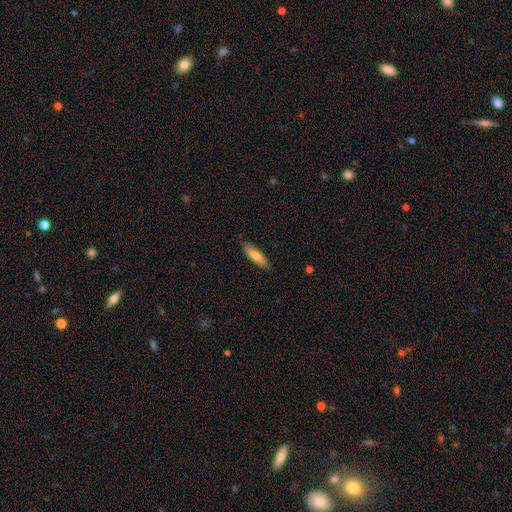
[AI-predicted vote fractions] smooth 68%, featured or disk 26%, star or artifact 6%. Down the decision tree: how rounded — cigar-shaped (63%); merging — none (85%).